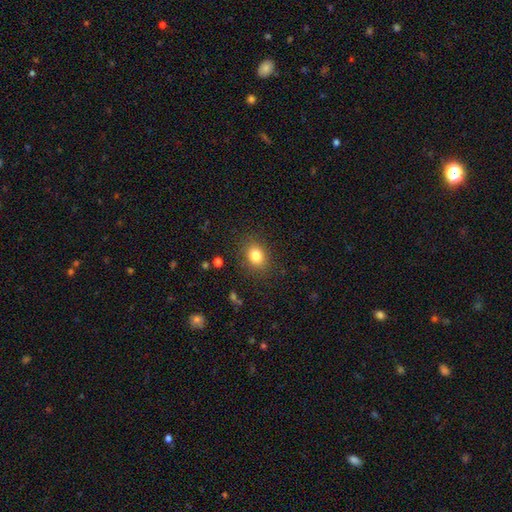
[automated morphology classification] This is clearly a smooth galaxy (81%). How rounded: possibly round (51%). Merging: clearly none (86%).